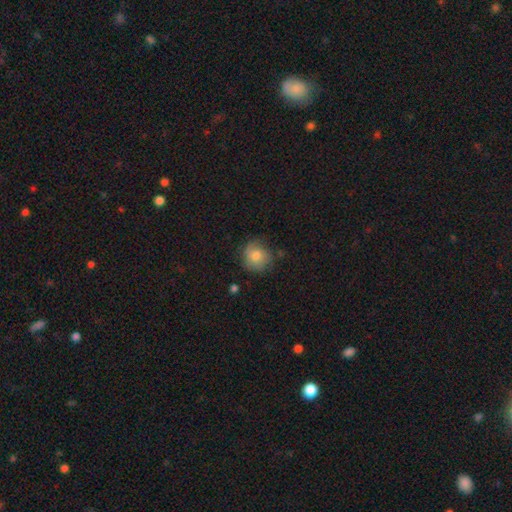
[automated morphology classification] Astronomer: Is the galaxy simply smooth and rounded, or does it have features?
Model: smooth — 64%.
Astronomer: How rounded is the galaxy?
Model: round — 84%.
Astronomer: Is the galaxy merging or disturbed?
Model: none — 66%.